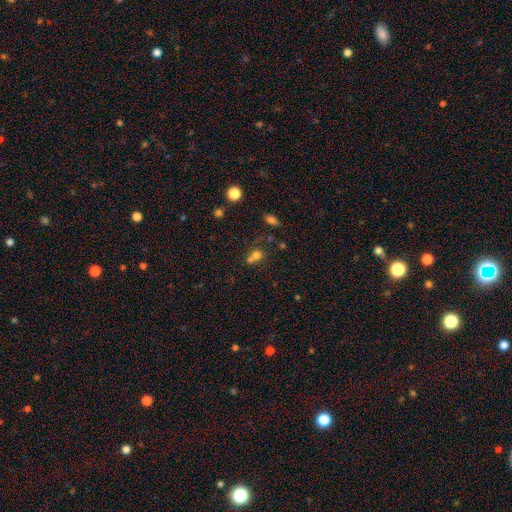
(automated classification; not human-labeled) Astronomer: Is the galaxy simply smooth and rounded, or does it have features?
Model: smooth — 70%.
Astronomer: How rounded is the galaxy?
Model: round — 59% (runner-up: in between, 39%).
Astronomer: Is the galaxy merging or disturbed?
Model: merger — 52% (runner-up: none, 33%).